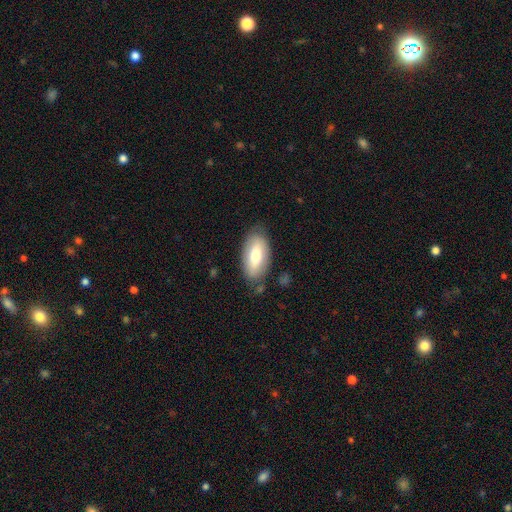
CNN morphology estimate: Smooth or featured? Predicted: smooth (p=0.67). How rounded? Predicted: in between (p=0.90). Merging? Predicted: none (p=0.79).